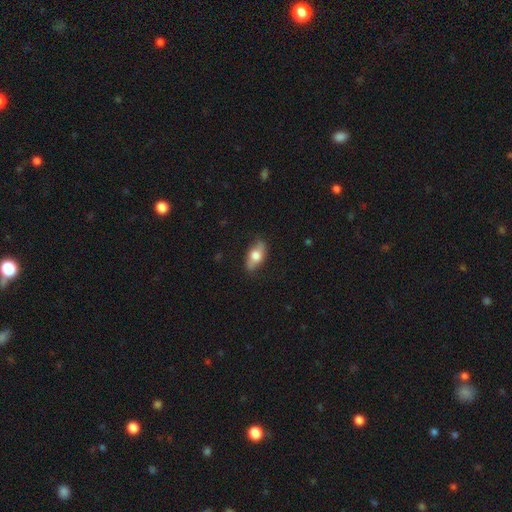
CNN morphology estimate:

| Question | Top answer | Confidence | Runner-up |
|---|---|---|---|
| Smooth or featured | smooth | 65% | featured or disk (28%) |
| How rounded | in between | 86% | cigar-shaped (8%) |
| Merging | none | 80% | minor disturbance (16%) |